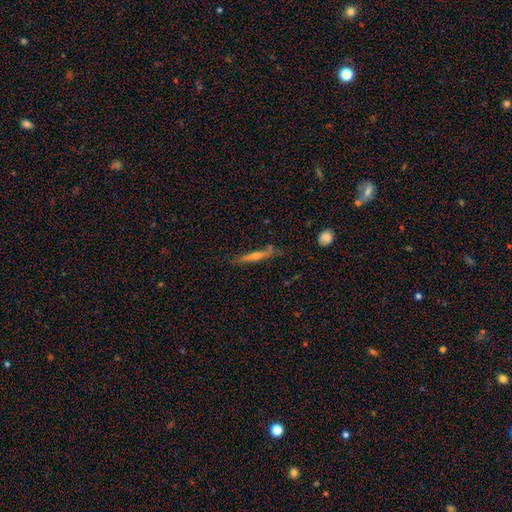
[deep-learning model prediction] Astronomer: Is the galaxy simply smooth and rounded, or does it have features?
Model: featured or disk — 57% (runner-up: smooth, 35%).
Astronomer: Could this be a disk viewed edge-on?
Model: yes — 93%.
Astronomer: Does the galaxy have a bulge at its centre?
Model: rounded — 68%.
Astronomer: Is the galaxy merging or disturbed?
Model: none — 72%.